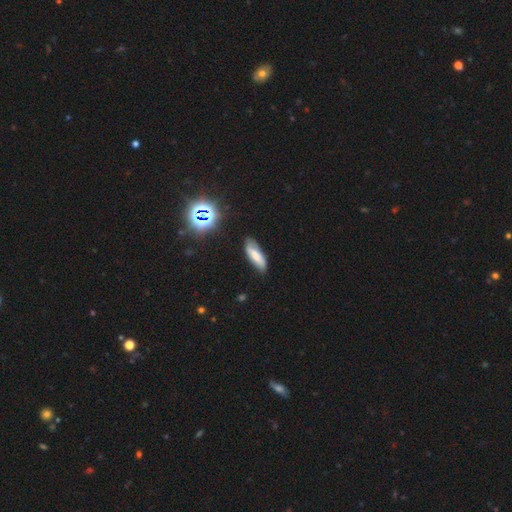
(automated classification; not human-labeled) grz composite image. It shows a smooth galaxy with no disk features (67%) that is in between round and cigar-shaped (60%). Merging: none (74%).